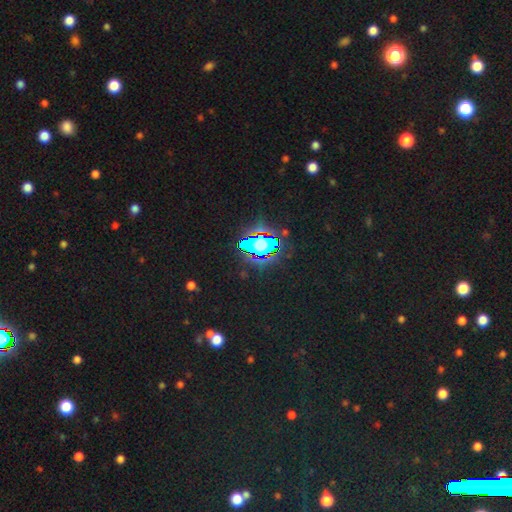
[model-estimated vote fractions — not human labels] smooth-or-featured: star or artifact: 82% | smooth: 11% | featured or disk: 7%